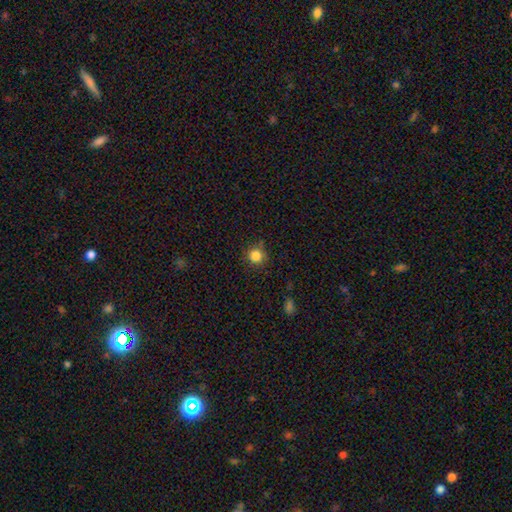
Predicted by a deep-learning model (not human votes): smooth_or_featured: smooth (p=0.85) [alt: star or artifact p=0.11]
how_rounded: round (p=0.93) [alt: in between p=0.06]
merging: none (p=0.86) [alt: minor disturbance p=0.10]